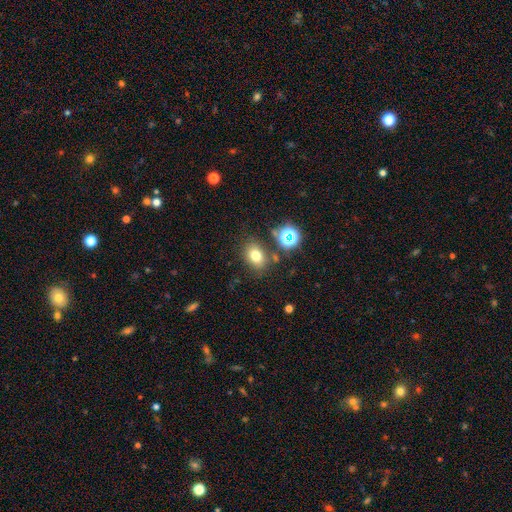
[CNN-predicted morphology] A smooth galaxy with no disk features (72%) that is in between round and cigar-shaped (63%). Merging: none (75%).